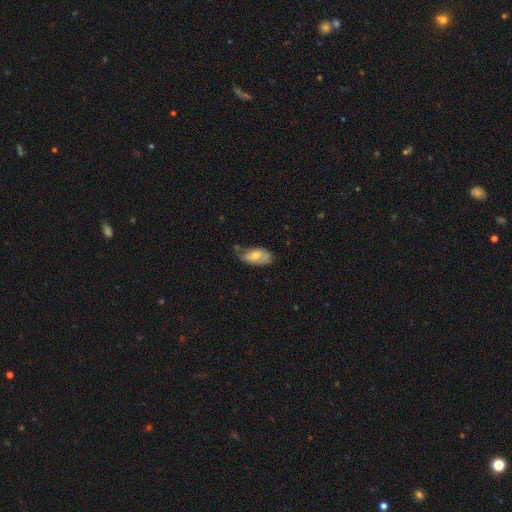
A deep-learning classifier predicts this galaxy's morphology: Smooth or featured: smooth — 59% (featured or disk — 35%)
How rounded: in between — 91% (cigar-shaped — 5%)
Merging: none — 44% (minor disturbance — 39%)